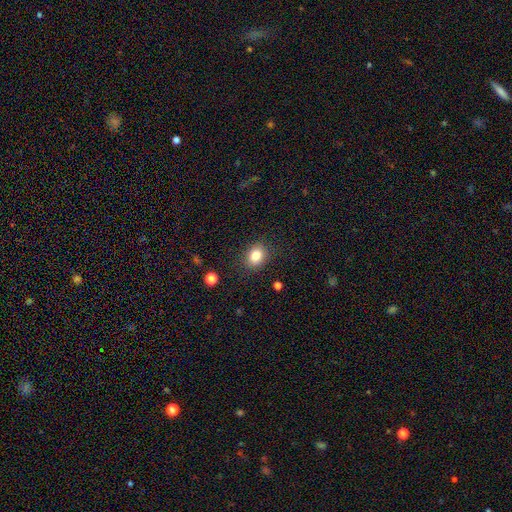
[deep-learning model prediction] This is clearly a smooth galaxy (83%). How rounded: possibly in between (53%). Merging: clearly none (87%).